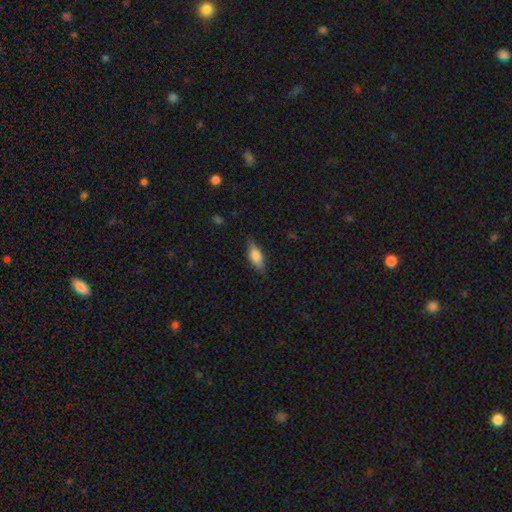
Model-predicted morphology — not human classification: This is likely a smooth galaxy (71%). How rounded: likely in between (72%). Merging: clearly none (81%).